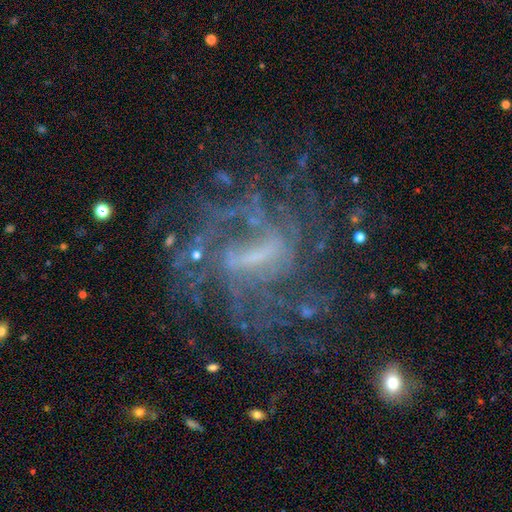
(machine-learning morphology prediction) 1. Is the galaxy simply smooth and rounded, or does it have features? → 81% featured or disk, 12% star or artifact, 7% smooth.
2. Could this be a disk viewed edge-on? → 96% no, 4% yes.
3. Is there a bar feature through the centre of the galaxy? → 45% weak, 37% strong, 18% no.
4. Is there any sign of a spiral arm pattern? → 83% yes, 17% no.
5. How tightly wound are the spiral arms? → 41% tight, 38% medium, 21% loose.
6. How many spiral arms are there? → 49% can't tell, 13% 4, 11% 2, 11% 3, 10% more than 4, 6% 1.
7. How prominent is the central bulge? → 38% small, 33% none, 24% moderate, 4% large, 1% dominant.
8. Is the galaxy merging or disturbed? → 56% none, 24% major disturbance, 16% minor disturbance, 3% merger.